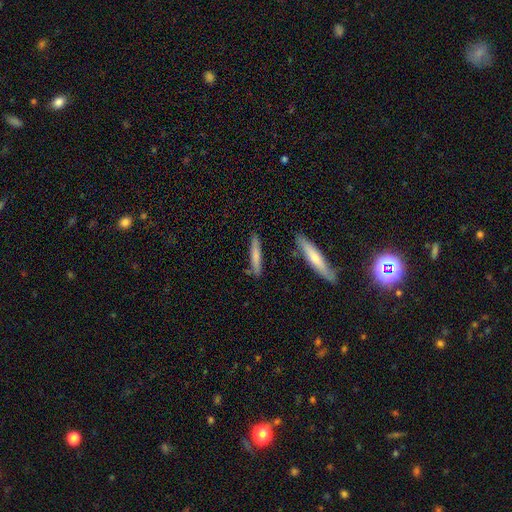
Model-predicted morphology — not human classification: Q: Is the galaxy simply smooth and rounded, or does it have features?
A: smooth — 68%.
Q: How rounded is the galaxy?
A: cigar-shaped — 91%.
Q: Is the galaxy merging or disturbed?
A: none — 83%.